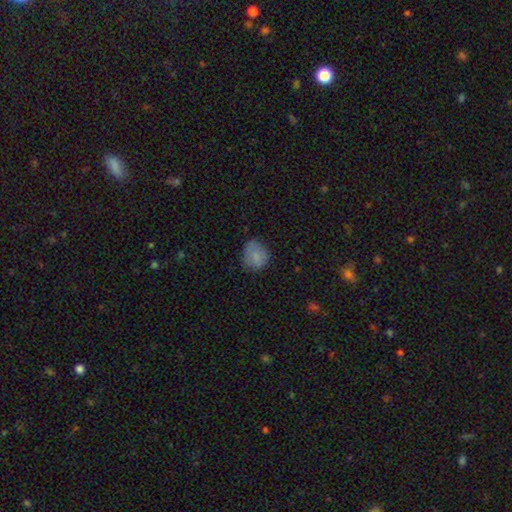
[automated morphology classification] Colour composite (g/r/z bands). It shows a smooth galaxy with no disk features (83%) that is round (69%). Merging: none (70%).